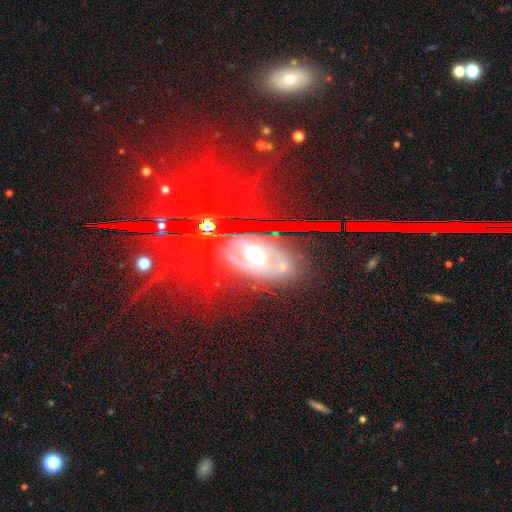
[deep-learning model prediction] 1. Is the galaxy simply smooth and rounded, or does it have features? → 57% featured or disk, 24% star or artifact, 19% smooth.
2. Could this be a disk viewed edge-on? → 81% no, 19% yes.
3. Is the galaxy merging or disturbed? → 72% none, 15% minor disturbance, 9% major disturbance, 4% merger.